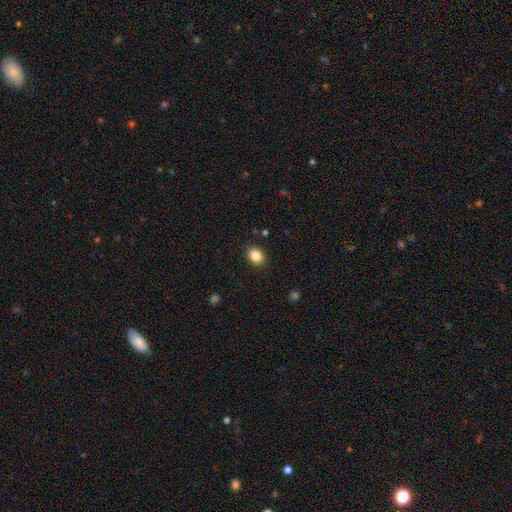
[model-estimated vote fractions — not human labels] Morphology: type=smooth (86%); roundness=in between (57%); merging=none (89%).